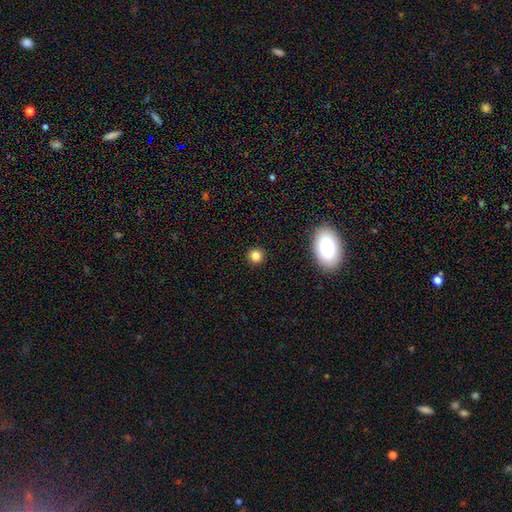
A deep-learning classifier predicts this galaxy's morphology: Smooth or featured? Predicted: smooth (p=0.81). How rounded? Predicted: round (p=0.93). Merging? Predicted: none (p=0.92).